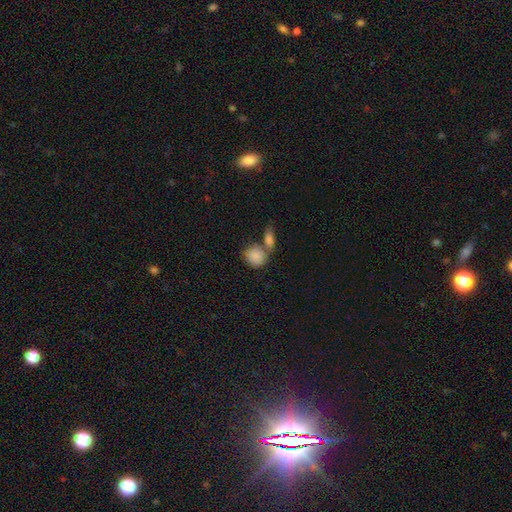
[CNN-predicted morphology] Overall: smooth (87%). How rounded: round (62%; in between 36%). Merging: merger (46%; none 39%).